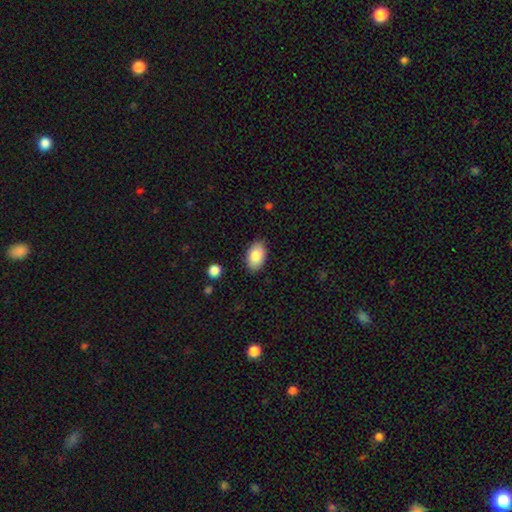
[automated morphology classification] Smooth or featured? Predicted: smooth (p=0.84). How rounded? Predicted: in between (p=0.92). Merging? Predicted: none (p=0.86).